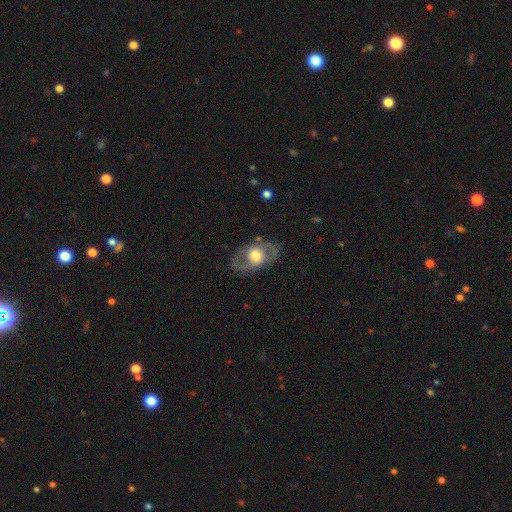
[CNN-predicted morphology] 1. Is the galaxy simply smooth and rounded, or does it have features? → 60% featured or disk, 35% smooth, 5% star or artifact.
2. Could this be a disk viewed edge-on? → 89% no, 11% yes.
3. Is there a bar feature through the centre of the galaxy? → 76% no, 18% weak, 6% strong.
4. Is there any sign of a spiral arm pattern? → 64% no, 36% yes.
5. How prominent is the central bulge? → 45% moderate, 44% large, 6% small, 4% dominant, 1% none.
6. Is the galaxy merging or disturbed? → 79% none, 13% minor disturbance, 7% major disturbance, 1% merger.